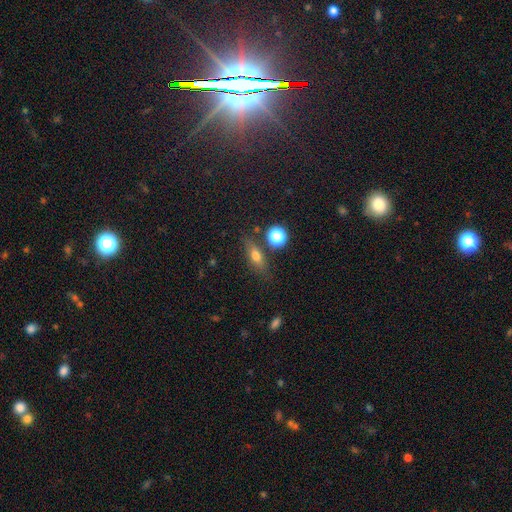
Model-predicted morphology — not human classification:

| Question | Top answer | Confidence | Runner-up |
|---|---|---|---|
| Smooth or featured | smooth | 64% | featured or disk (22%) |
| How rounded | in between | 55% | cigar-shaped (33%) |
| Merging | none | 76% | minor disturbance (14%) |